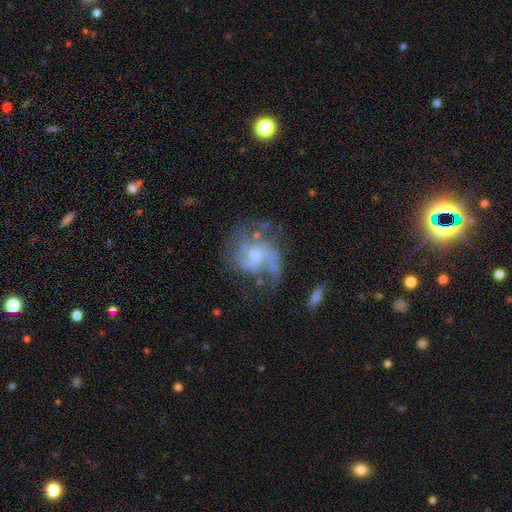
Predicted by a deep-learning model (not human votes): Smooth or featured?
  - featured or disk: 80% *
  - smooth: 14%
  - star or artifact: 7%
Edge-on disk?
  - no: 98% *
  - yes: 2%
Bar?
  - no: 54% *
  - weak: 40%
  - strong: 6%
Spiral arms?
  - yes: 88% *
  - no: 12%
Spiral winding?
  - medium: 48% *
  - loose: 33%
  - tight: 19%
Spiral arm count?
  - 2: 66% *
  - can't tell: 13%
  - 1: 11%
  - 3: 5%
  - 4: 2%
  - more than 4: 2%
Bulge size?
  - moderate: 45% *
  - small: 37%
  - none: 10%
  - large: 6%
  - dominant: 1%
Merging?
  - none: 48% *
  - major disturbance: 25%
  - minor disturbance: 21%
  - merger: 5%